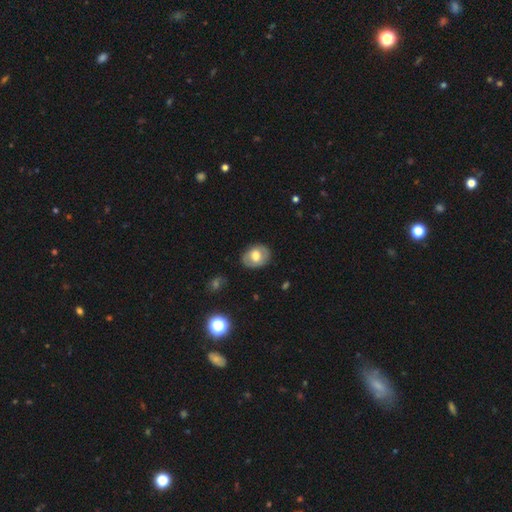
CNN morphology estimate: smooth-or-featured: smooth: 62% | featured or disk: 30% | star or artifact: 8%
  how-rounded: in between: 61% | round: 38% | cigar-shaped: 1%
  merging: none: 82% | minor disturbance: 13% | major disturbance: 3% | merger: 1%